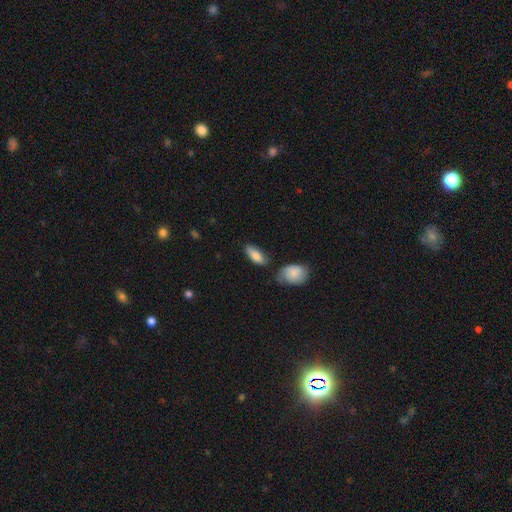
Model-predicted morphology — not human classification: A smooth galaxy with no disk features (82%) that is in between round and cigar-shaped (81%).

Vote fractions:
- Smooth or featured? smooth: 82% / featured or disk: 12% / star or artifact: 6%
- How rounded? in between: 81% / cigar-shaped: 17% / round: 2%
- Merging? none: 70% / minor disturbance: 18% / merger: 7% / major disturbance: 4%